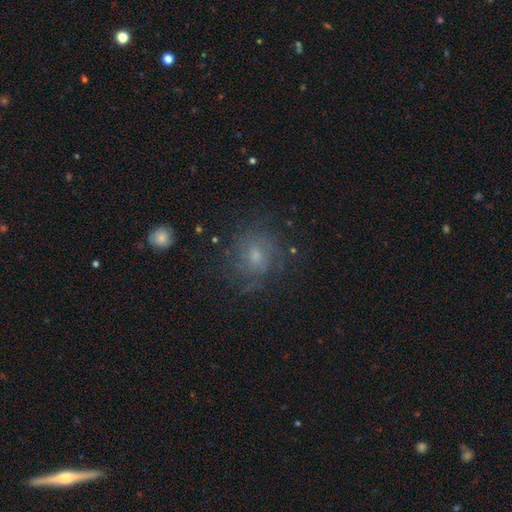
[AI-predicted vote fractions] Morphology: type=featured or disk (53%); edge-on=no (97%); bar=no (65%); spiral arms=yes (81%); bulge=moderate (46%); merging=none (69%).